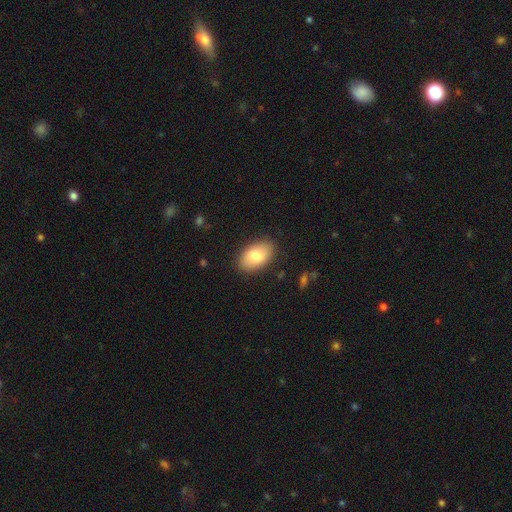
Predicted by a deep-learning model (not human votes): This appears to be a smooth galaxy with no disk features (80%) that is in between round and cigar-shaped (92%). Merging: none (86%).